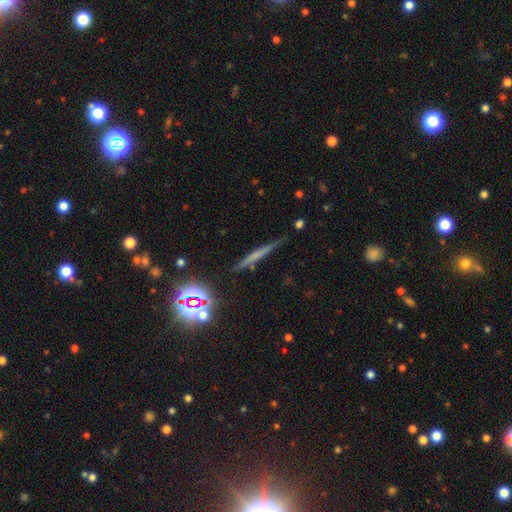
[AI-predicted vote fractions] A smooth galaxy with no disk features (43%).

Vote fractions:
- Smooth or featured? smooth: 43% / featured or disk: 40% / star or artifact: 18%
- Merging? none: 84% / minor disturbance: 11% / merger: 3% / major disturbance: 3%